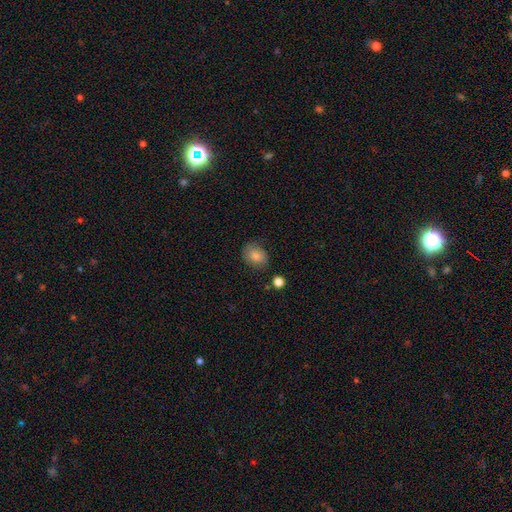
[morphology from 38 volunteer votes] type=smooth (82%); roundness=in between (77%); merging=none (80%).